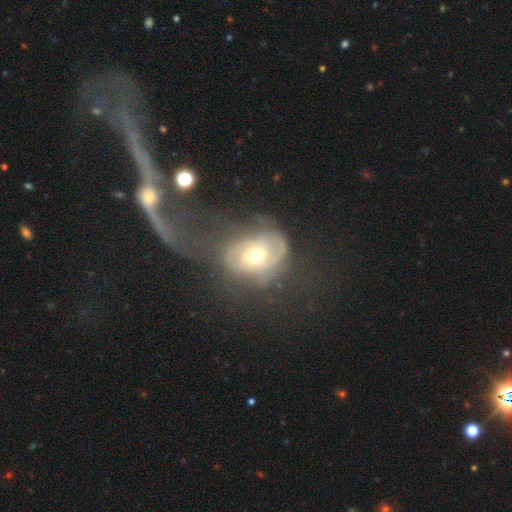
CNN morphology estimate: Smooth or featured? Predicted: featured or disk (p=0.64). Edge-on disk? Predicted: no (p=0.96). Bar? Predicted: no (p=0.77). Spiral arms? Predicted: yes (p=0.67). Bulge size? Predicted: moderate (p=0.74). Merging? Predicted: major disturbance (p=0.40).